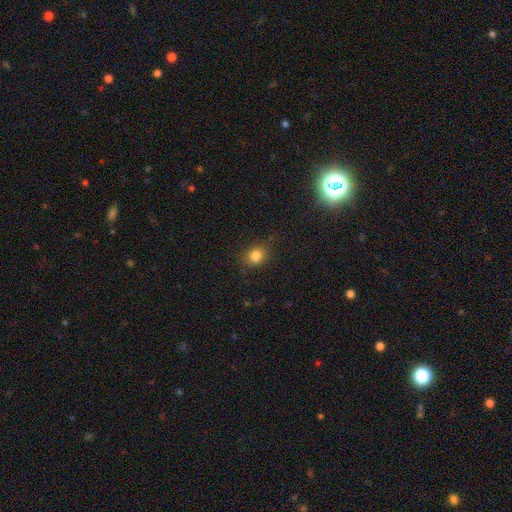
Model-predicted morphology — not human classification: This is clearly a smooth galaxy (81%). How rounded: possibly round (53%). Merging: likely none (80%).